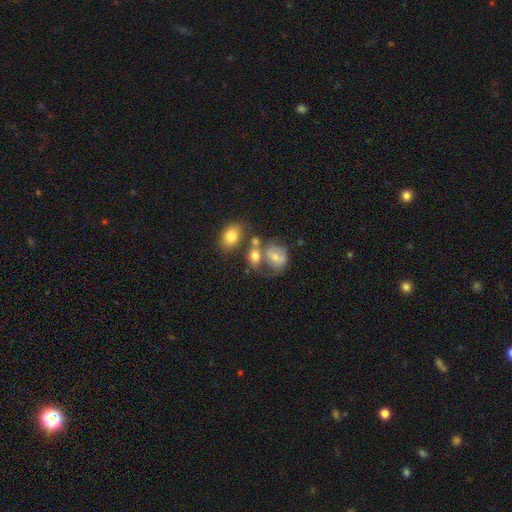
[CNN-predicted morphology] A smooth galaxy with no disk features (53%) that is in between round and cigar-shaped (55%).

Vote fractions:
- Smooth or featured? smooth: 53% / featured or disk: 34% / star or artifact: 13%
- How rounded? in between: 55% / round: 43% / cigar-shaped: 2%
- Merging? none: 42% / merger: 30% / minor disturbance: 17% / major disturbance: 10%